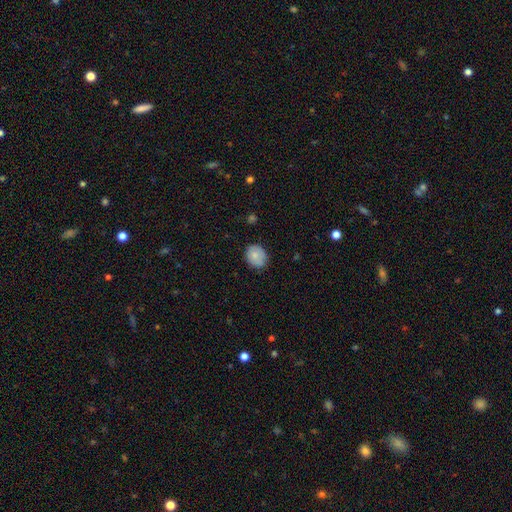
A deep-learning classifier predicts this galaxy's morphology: A smooth galaxy with no disk features (78%) that is round (61%).

Vote fractions:
- Smooth or featured? smooth: 78% / featured or disk: 15% / star or artifact: 7%
- How rounded? round: 61% / in between: 38% / cigar-shaped: 1%
- Merging? none: 80% / minor disturbance: 17% / major disturbance: 3% / merger: 1%